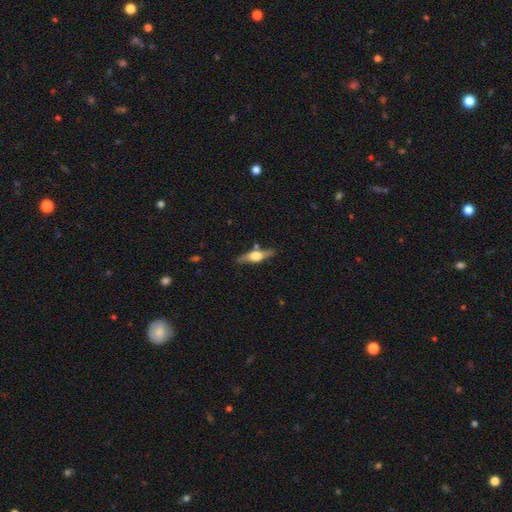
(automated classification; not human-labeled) Q: Smooth or featured?
A: featured or disk (62%); runner-up: smooth (32%)
Q: Edge-on disk?
A: yes (94%); runner-up: no (6%)
Q: Edge-on bulge?
A: rounded (92%); runner-up: boxy (6%)
Q: Merging?
A: none (80%); runner-up: minor disturbance (13%)